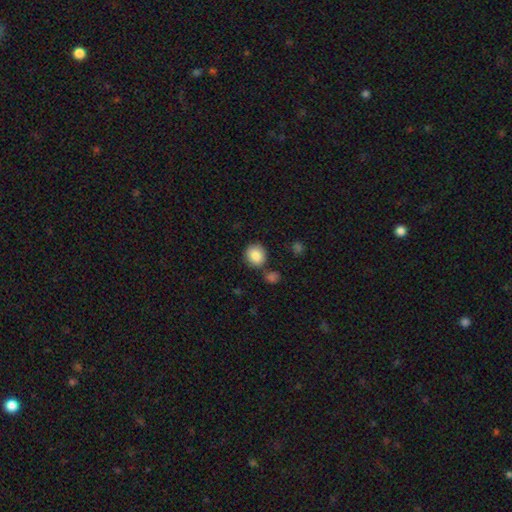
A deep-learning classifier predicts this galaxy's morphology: Overall: smooth (87%). How rounded: round (81%). Merging: none (77%).